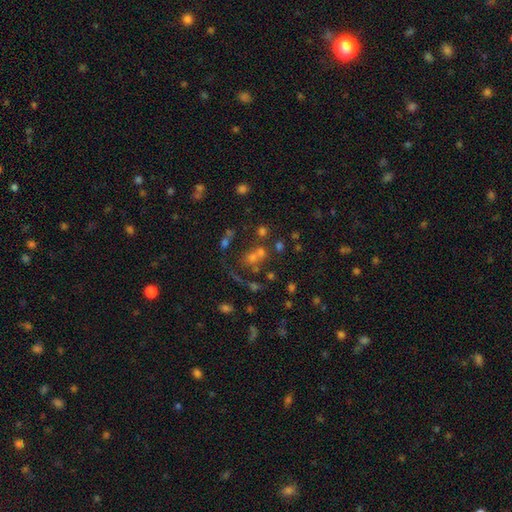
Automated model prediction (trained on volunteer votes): This is possibly a smooth galaxy (48%). Merging: marginally none (45%).